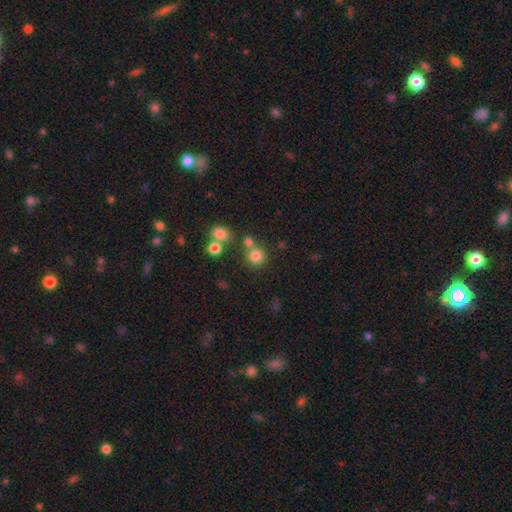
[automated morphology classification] smooth-or-featured: smooth: 78% | star or artifact: 15% | featured or disk: 7%
  how-rounded: round: 89% | in between: 10% | cigar-shaped: 1%
  merging: none: 63% | merger: 24% | minor disturbance: 9% | major disturbance: 4%